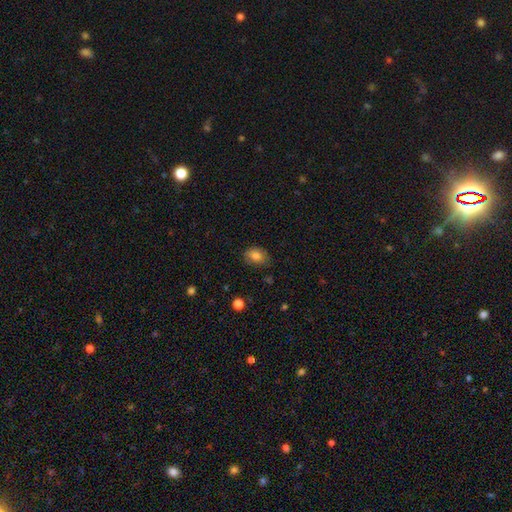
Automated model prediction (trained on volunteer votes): Overall: smooth (81%). How rounded: in between (72%). Merging: none (69%).